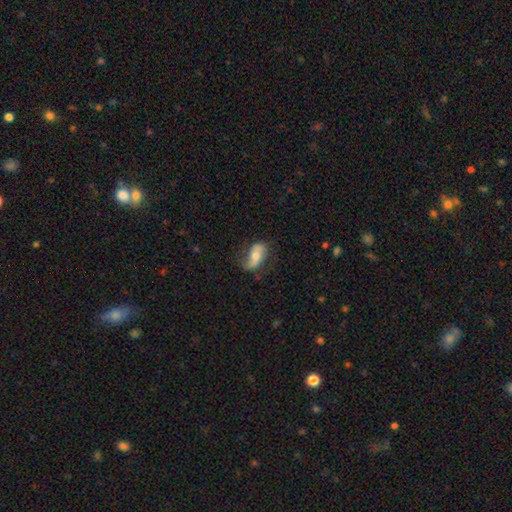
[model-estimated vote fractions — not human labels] featured or disk 51%, smooth 41%, star or artifact 8%. Down the decision tree: edge-on disk — no (91%); merging — none (60%).